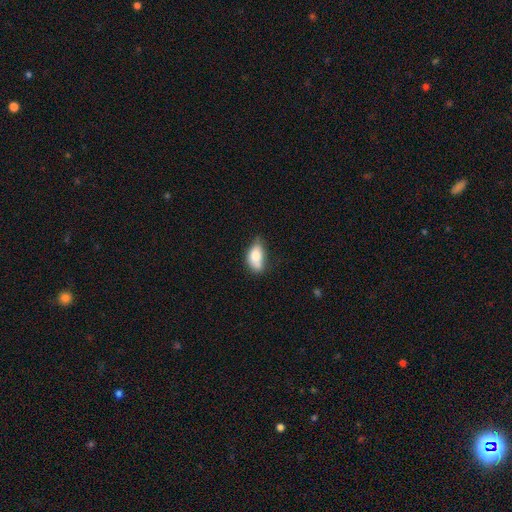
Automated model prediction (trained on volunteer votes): A smooth galaxy with no disk features (75%) that is in between round and cigar-shaped (89%). Merging: none (39%).